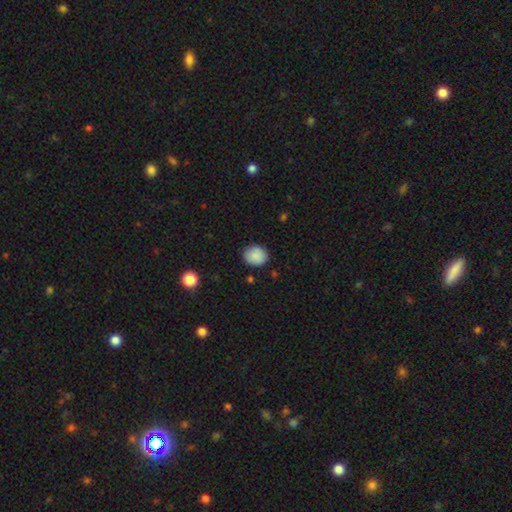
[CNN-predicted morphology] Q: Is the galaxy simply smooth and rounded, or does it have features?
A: smooth — 88%.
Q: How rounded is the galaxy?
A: round — 74%.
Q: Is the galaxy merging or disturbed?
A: none — 86%.